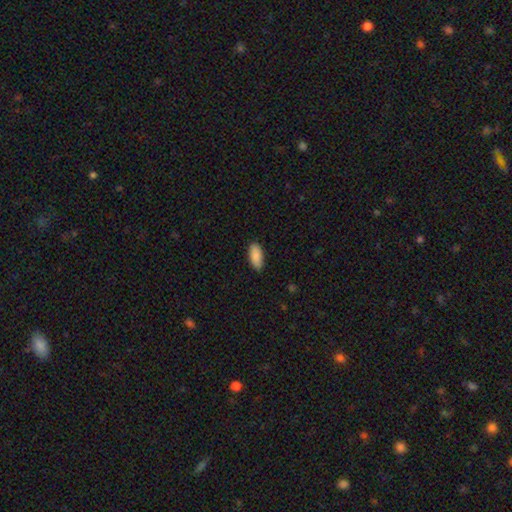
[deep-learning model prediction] smooth 89%, star or artifact 6%, featured or disk 5%. Down the decision tree: how rounded — in between (86%); merging — none (86%).